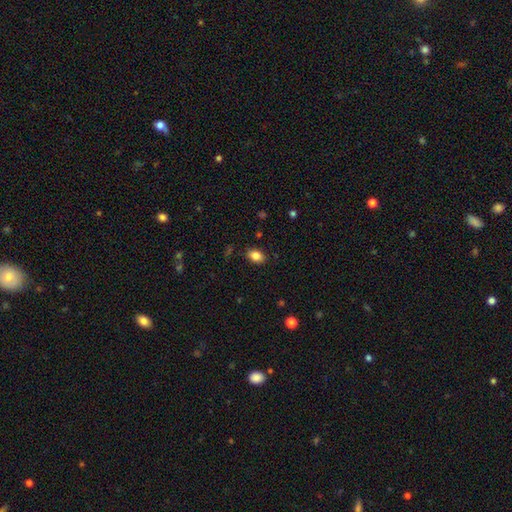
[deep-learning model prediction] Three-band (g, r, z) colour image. It shows a smooth galaxy with no disk features (84%) that is in between round and cigar-shaped (84%). Merging: none (86%).